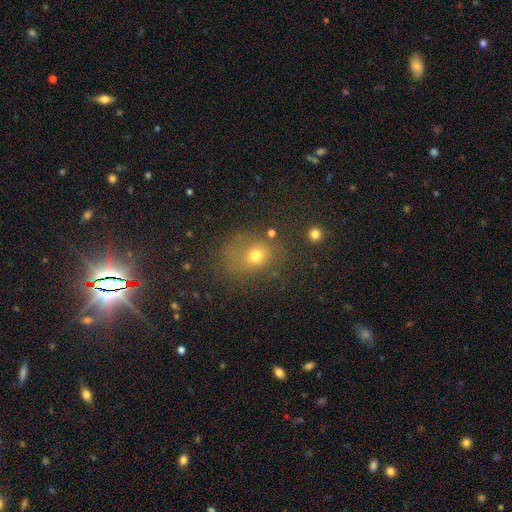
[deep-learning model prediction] Smooth or featured: smooth — 68% (star or artifact — 19%)
How rounded: round — 54% (in between — 45%)
Merging: none — 61% (minor disturbance — 21%)